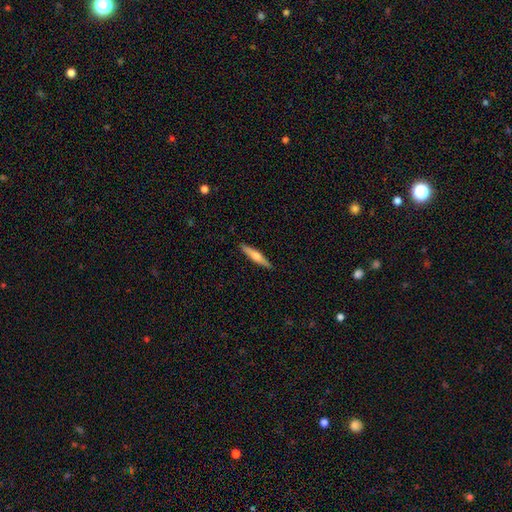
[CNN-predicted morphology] A smooth galaxy with no disk features (50%).

Vote fractions:
- Smooth or featured? smooth: 50% / featured or disk: 45% / star or artifact: 6%
- Merging? none: 90% / minor disturbance: 7% / major disturbance: 1% / merger: 1%